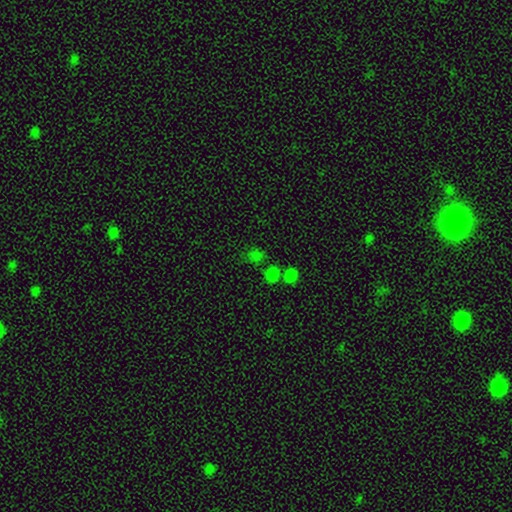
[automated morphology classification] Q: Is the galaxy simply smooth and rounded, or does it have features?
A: smooth — 63%.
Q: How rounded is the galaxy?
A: round — 66%.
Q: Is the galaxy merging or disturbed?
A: none — 63%.